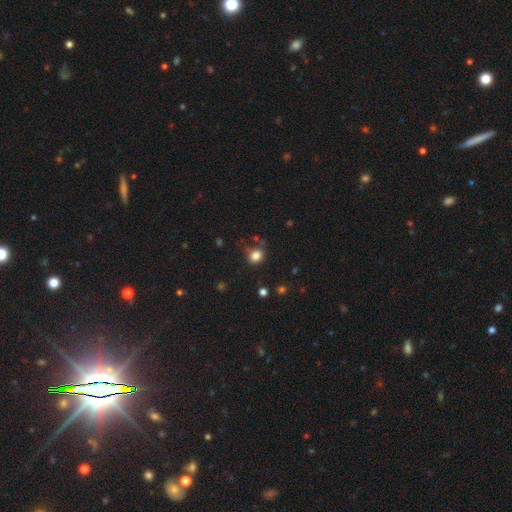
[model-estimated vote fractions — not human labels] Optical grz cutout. It shows a smooth galaxy with no disk features (82%) that is round (67%). Merging: none (70%).